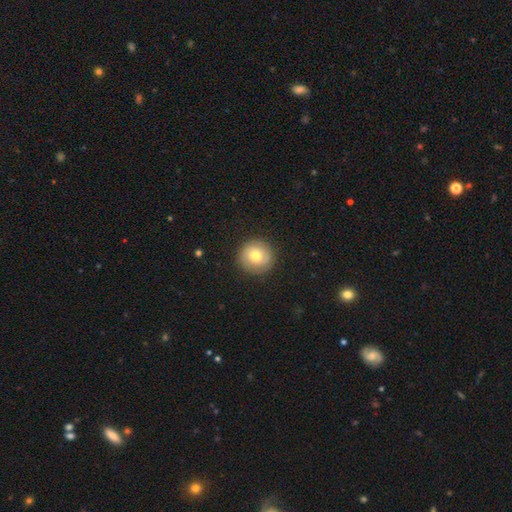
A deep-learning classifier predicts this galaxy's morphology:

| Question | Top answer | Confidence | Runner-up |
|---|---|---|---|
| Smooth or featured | smooth | 70% | featured or disk (21%) |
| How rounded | round | 95% | in between (4%) |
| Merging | none | 89% | minor disturbance (8%) |